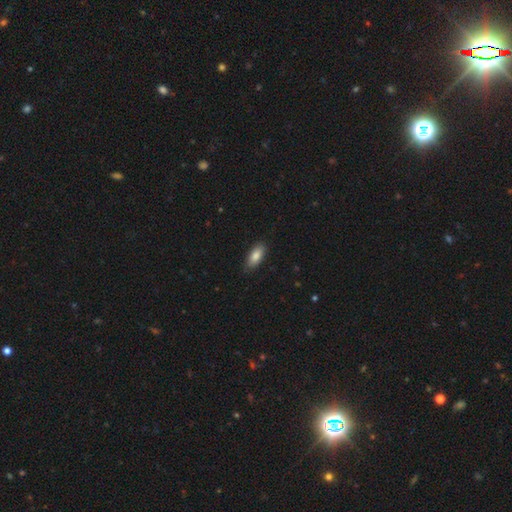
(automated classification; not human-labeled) This is clearly a smooth galaxy (86%). How rounded: clearly in between (85%). Merging: clearly none (85%).